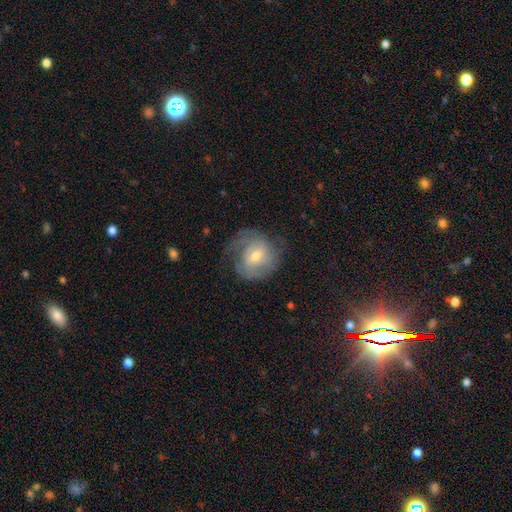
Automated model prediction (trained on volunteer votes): A featured or disk galaxy (71%) with a weak bar (52%), 2 (55%) tight (43%) spiral arms (90%) and a moderate central bulge (53%). Merging: none (60%).